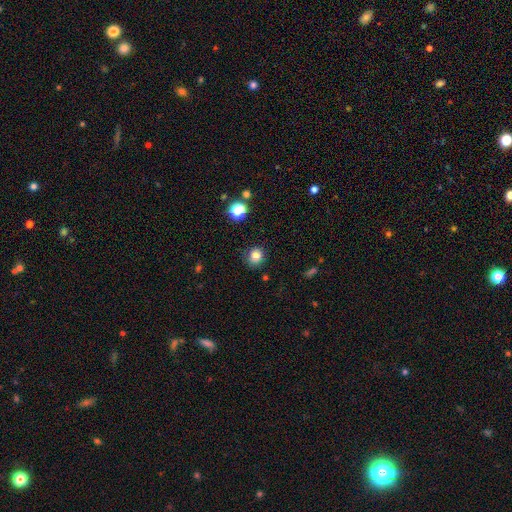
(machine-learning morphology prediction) Overall: smooth (82%). How rounded: round (84%). Merging: none (83%).